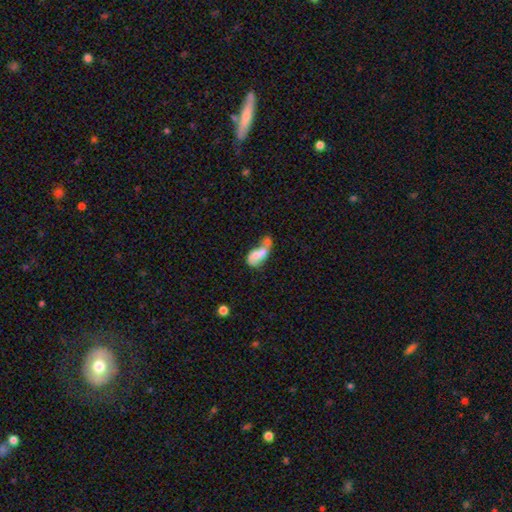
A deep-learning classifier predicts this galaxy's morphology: Smooth or featured?
  - smooth: 49% *
  - featured or disk: 42%
  - star or artifact: 9%
Merging?
  - merger: 61% *
  - major disturbance: 15%
  - none: 13%
  - minor disturbance: 11%